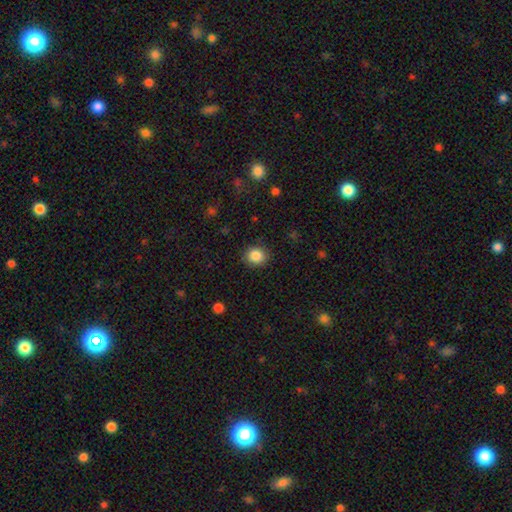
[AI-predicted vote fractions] Smooth or featured? Predicted: smooth (p=0.86). How rounded? Predicted: round (p=0.77). Merging? Predicted: none (p=0.88).